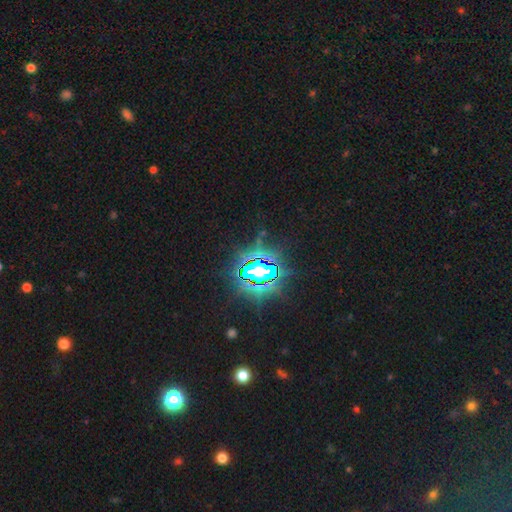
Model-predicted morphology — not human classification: Q: Smooth or featured?
A: star or artifact (81%); runner-up: smooth (10%)